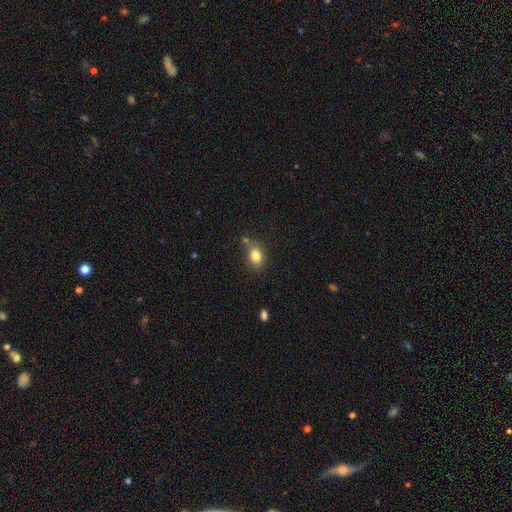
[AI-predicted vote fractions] The model was most divided on "how rounded": in between: 64%, round: 35%, cigar-shaped: 1%. More confident: smooth or featured — smooth (81%); merging — none (69%).